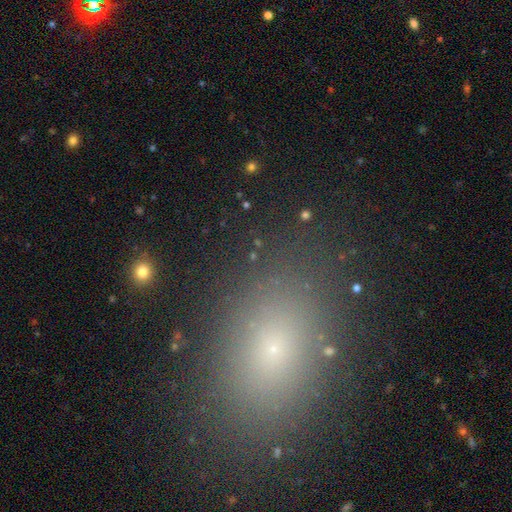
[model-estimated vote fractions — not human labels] smooth 68%, star or artifact 21%, featured or disk 11%. Down the decision tree: how rounded — in between (76%); merging — none (86%).